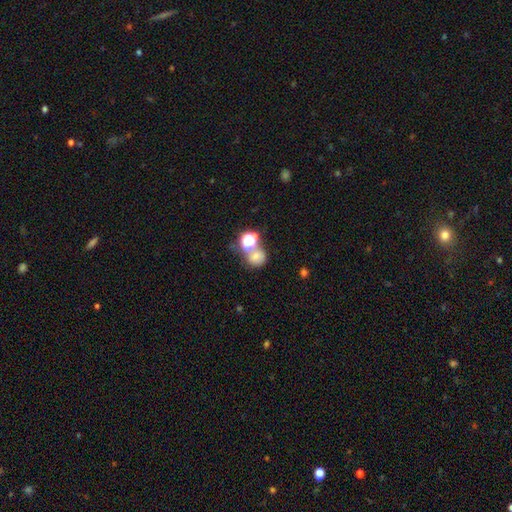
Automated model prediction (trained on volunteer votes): smooth_or_featured: smooth (p=0.66) [alt: star or artifact p=0.22]
how_rounded: round (p=0.75) [alt: in between p=0.24]
merging: none (p=0.45) [alt: merger p=0.39]